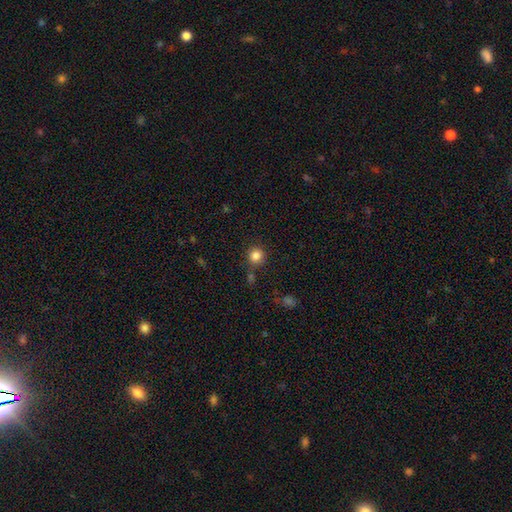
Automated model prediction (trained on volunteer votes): Smooth or featured? smooth (84%)
How rounded? round (92%)
Merging? none (79%)